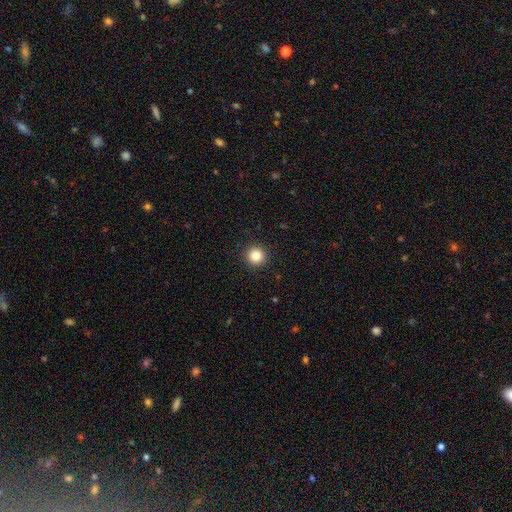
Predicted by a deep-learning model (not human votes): This appears to be a smooth galaxy with no disk features (84%) that is round (96%). Merging: none (93%).